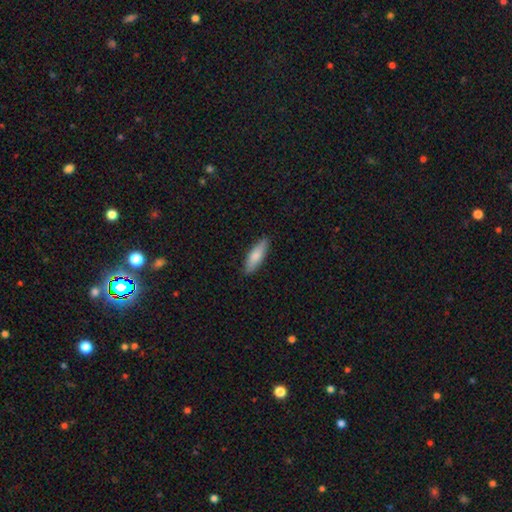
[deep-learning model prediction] smooth_or_featured: smooth (p=0.80) [alt: featured or disk p=0.15]
how_rounded: in between (p=0.50) [alt: cigar-shaped p=0.49]
merging: none (p=0.87) [alt: minor disturbance p=0.10]